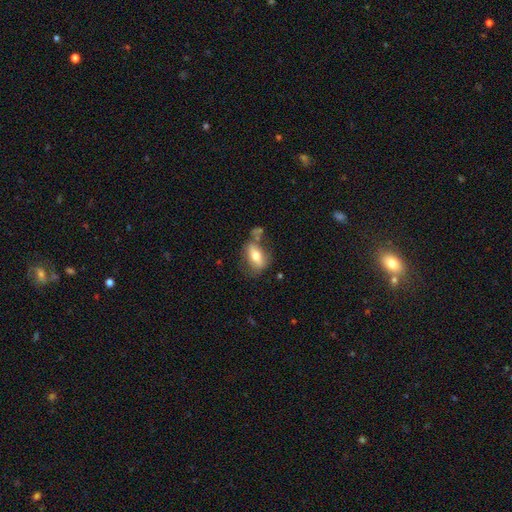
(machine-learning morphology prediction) Overall: smooth (59%; featured or disk 34%). How rounded: in between (80%). Merging: none (51%; minor disturbance 23%).